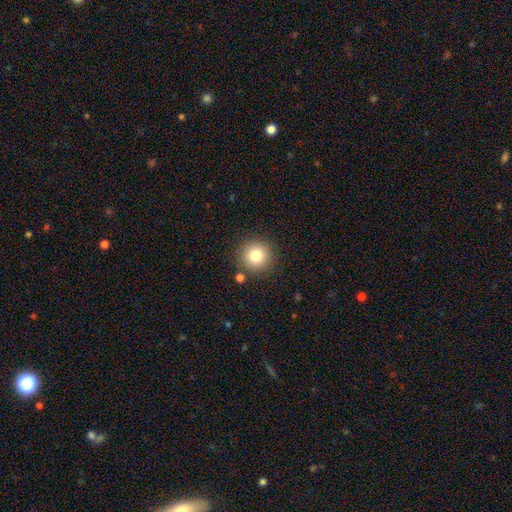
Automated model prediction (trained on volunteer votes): A smooth galaxy with no disk features (81%) that is round (94%).

Vote fractions:
- Smooth or featured? smooth: 81% / star or artifact: 11% / featured or disk: 8%
- How rounded? round: 94% / in between: 5% / cigar-shaped: 1%
- Merging? none: 86% / minor disturbance: 7% / merger: 4% / major disturbance: 3%